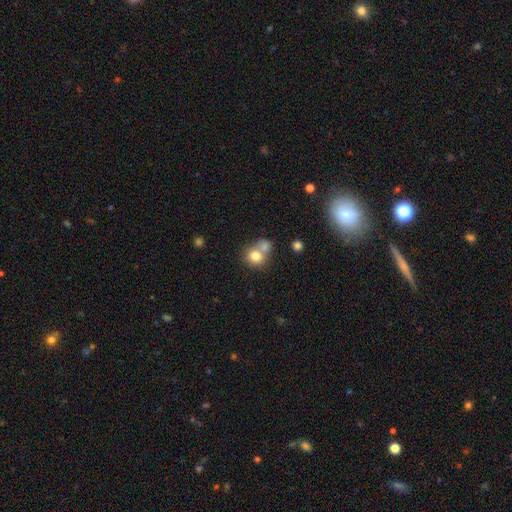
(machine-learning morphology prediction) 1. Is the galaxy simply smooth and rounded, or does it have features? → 77% smooth, 12% featured or disk, 10% star or artifact.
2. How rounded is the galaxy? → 80% round, 19% in between, 1% cigar-shaped.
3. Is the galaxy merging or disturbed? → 50% merger, 39% none, 8% minor disturbance, 4% major disturbance.